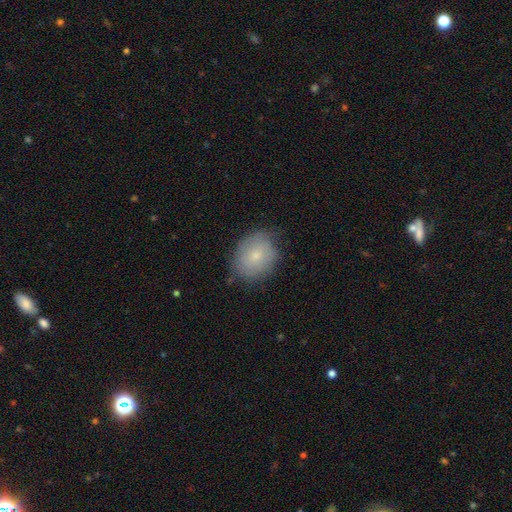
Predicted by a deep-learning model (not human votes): smooth_or_featured: smooth (p=0.66) [alt: featured or disk p=0.26]
how_rounded: round (p=0.51) [alt: in between p=0.48]
merging: none (p=0.71) [alt: minor disturbance p=0.22]